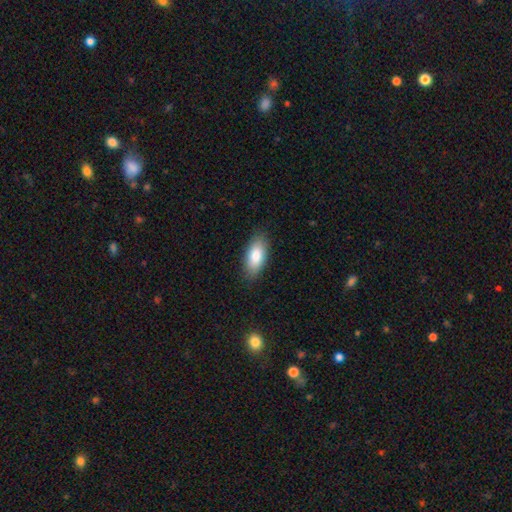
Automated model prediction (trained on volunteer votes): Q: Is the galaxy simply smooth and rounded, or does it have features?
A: smooth — 82%.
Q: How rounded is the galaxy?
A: in between — 87%.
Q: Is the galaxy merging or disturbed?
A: none — 86%.